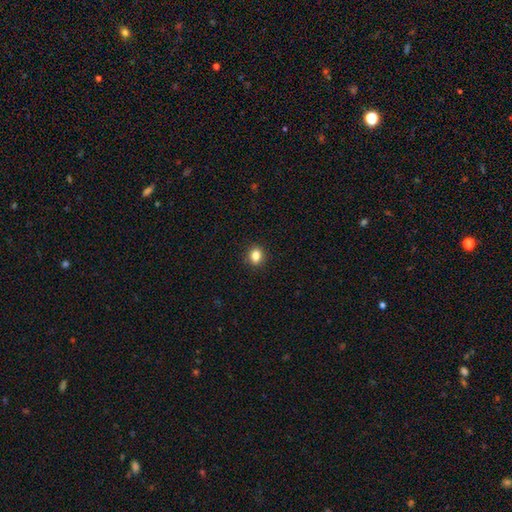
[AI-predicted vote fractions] Overall: smooth (84%). How rounded: round (54%; in between 45%). Merging: none (90%).